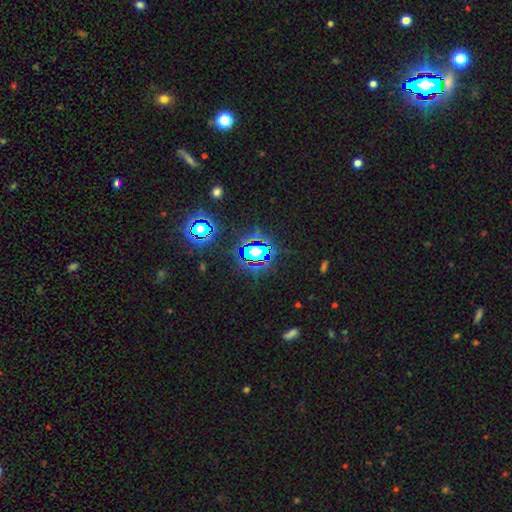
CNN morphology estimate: Overall: star or artifact (75%).